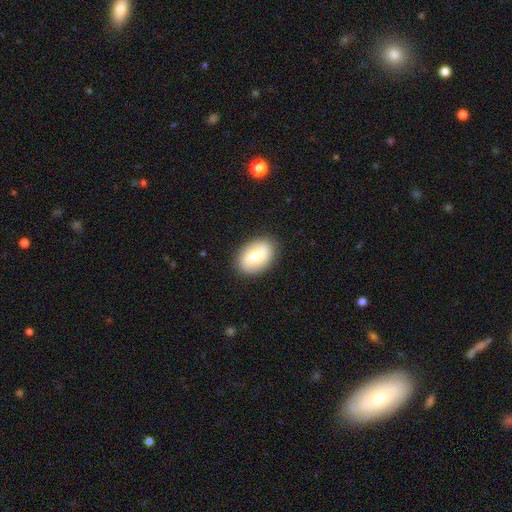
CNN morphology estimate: The model was most divided on "smooth or featured": smooth: 54%, featured or disk: 39%, star or artifact: 7%. More confident: merging — none (87%); how rounded — in between (84%).